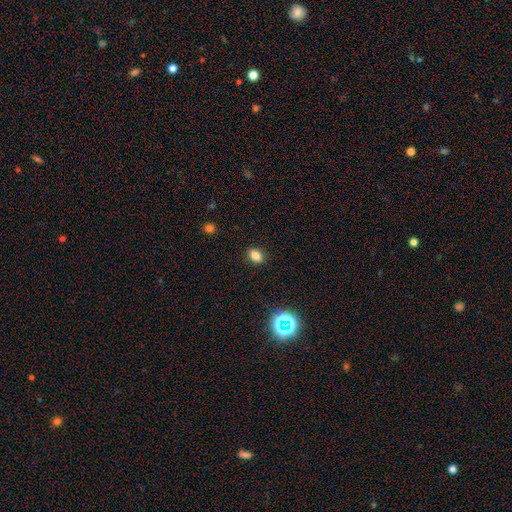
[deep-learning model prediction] Q: Smooth or featured?
A: smooth (80%); runner-up: star or artifact (14%)
Q: How rounded?
A: in between (72%); runner-up: round (27%)
Q: Merging?
A: none (88%); runner-up: minor disturbance (8%)